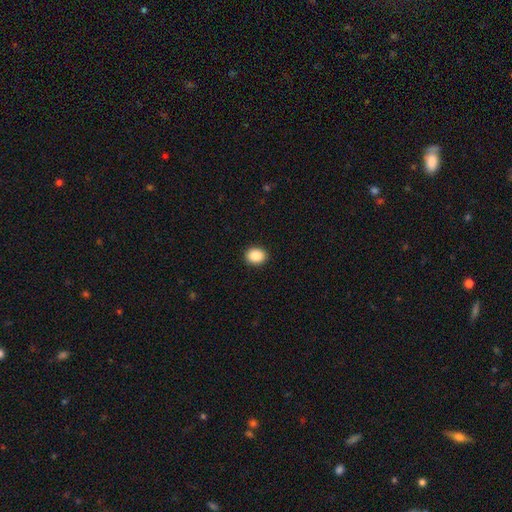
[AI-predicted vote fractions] Smooth or featured? smooth (87%)
How rounded? round (59%)
Merging? none (92%)